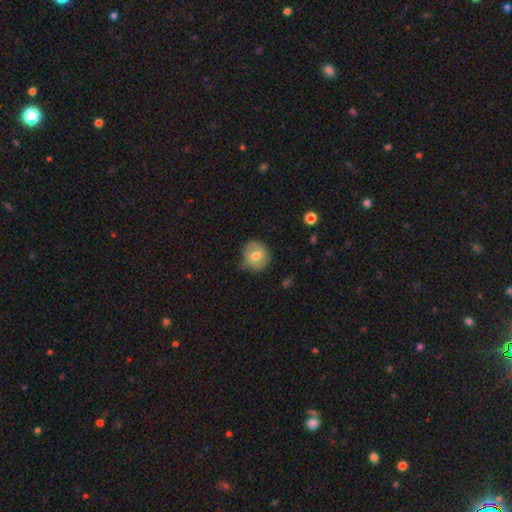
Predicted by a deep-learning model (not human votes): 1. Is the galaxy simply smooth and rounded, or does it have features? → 67% smooth, 25% featured or disk, 8% star or artifact.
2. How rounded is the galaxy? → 86% round, 13% in between, 1% cigar-shaped.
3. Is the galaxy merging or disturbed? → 72% none, 22% minor disturbance, 4% major disturbance, 1% merger.